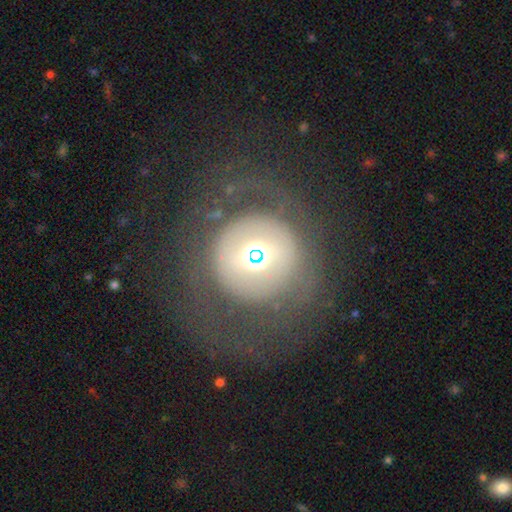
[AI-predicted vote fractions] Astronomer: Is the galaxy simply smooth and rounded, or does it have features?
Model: featured or disk — 44% (runner-up: smooth, 37%).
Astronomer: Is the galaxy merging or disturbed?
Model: none — 53% (runner-up: major disturbance, 28%).